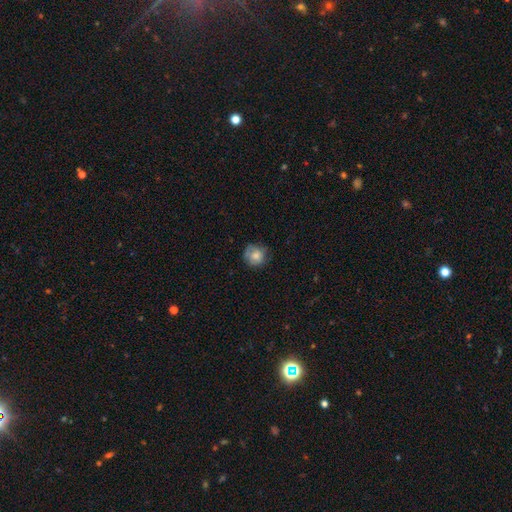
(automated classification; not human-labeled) Smooth or featured?
  - smooth: 79% *
  - featured or disk: 13%
  - star or artifact: 9%
How rounded?
  - round: 87% *
  - in between: 12%
  - cigar-shaped: 1%
Merging?
  - none: 68% *
  - minor disturbance: 24%
  - major disturbance: 7%
  - merger: 1%